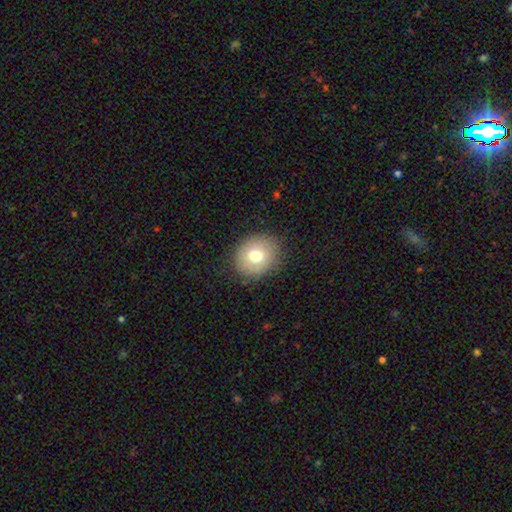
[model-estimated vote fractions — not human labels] A smooth galaxy with no disk features (73%) that is round (75%). Merging: none (85%).